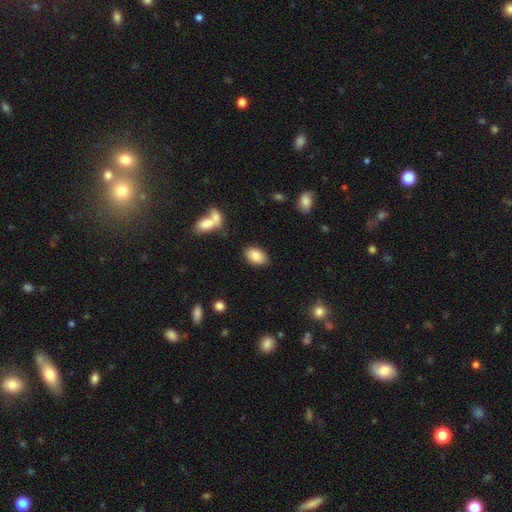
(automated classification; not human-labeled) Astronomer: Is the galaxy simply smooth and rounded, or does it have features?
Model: smooth — 85%.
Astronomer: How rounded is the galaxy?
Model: in between — 88%.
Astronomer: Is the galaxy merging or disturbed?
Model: none — 83%.